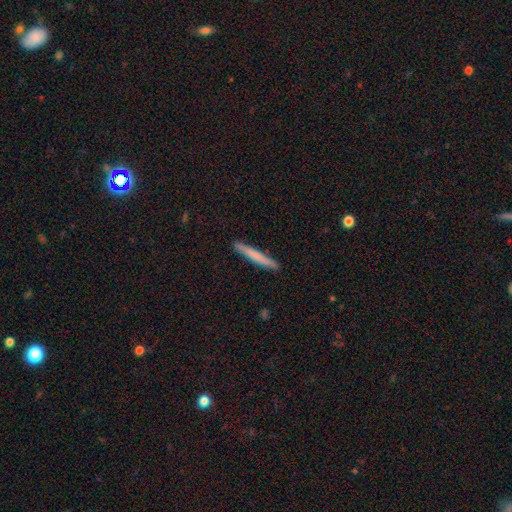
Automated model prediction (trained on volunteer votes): Overall: smooth (69%). How rounded: cigar-shaped (96%). Merging: none (90%).